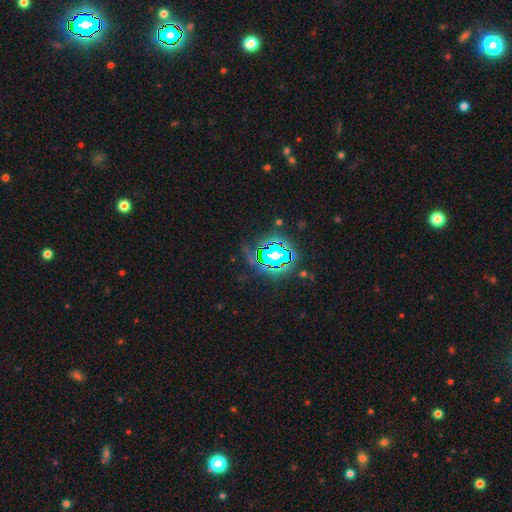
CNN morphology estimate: smooth_or_featured: star or artifact (p=0.80) [alt: smooth p=0.11]